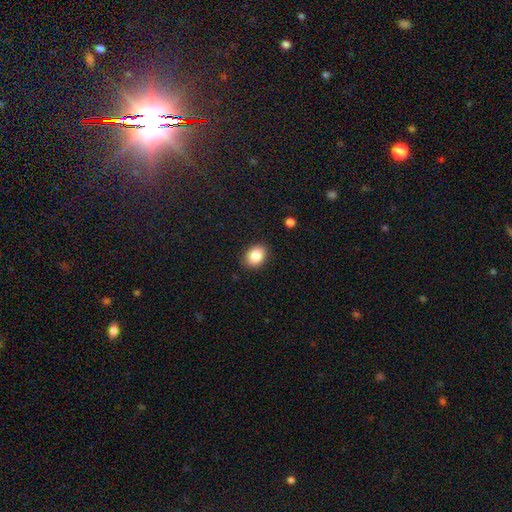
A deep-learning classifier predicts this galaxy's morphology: Smooth or featured? smooth (86%)
How rounded? in between (59%)
Merging? none (87%)